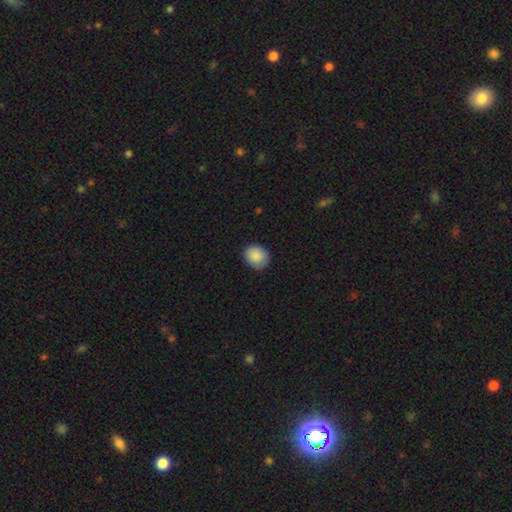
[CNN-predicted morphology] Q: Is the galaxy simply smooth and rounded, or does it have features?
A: smooth — 89%.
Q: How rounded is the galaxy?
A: round — 65%.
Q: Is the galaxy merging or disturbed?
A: none — 83%.